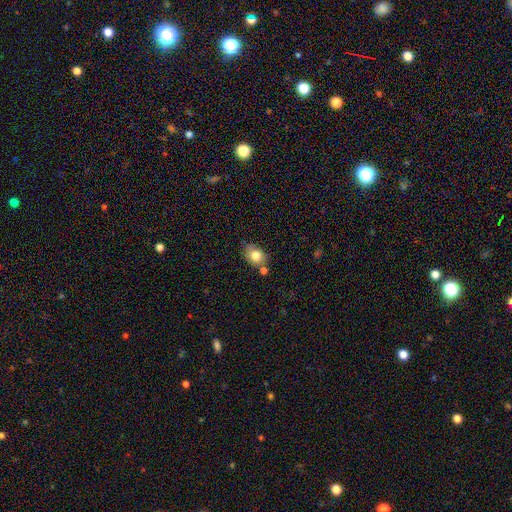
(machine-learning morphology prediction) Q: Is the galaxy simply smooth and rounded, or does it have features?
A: smooth — 79%.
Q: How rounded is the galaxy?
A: in between — 63%.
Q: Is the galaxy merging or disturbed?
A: none — 62%.